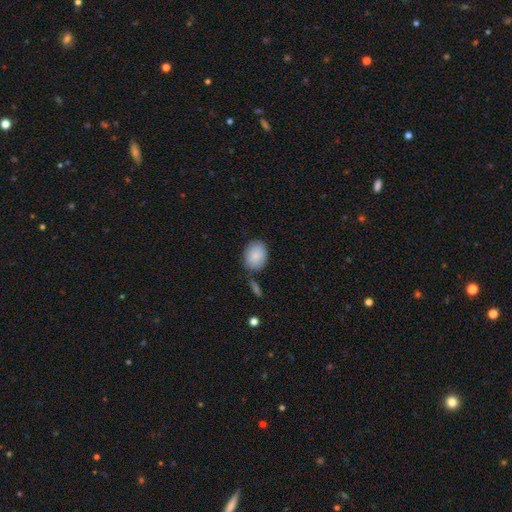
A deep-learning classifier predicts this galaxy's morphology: smooth 87%, featured or disk 6%, star or artifact 6%. Down the decision tree: how rounded — in between (63%); merging — none (75%).